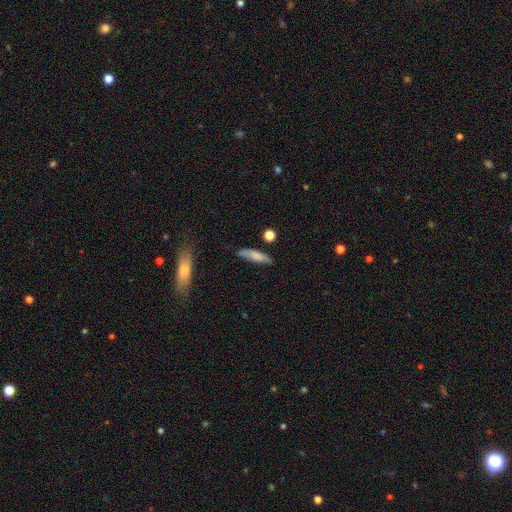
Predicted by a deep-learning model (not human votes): smooth-or-featured: smooth: 74% | featured or disk: 18% | star or artifact: 7%
  how-rounded: cigar-shaped: 67% | in between: 31% | round: 2%
  merging: none: 69% | minor disturbance: 21% | major disturbance: 5% | merger: 4%